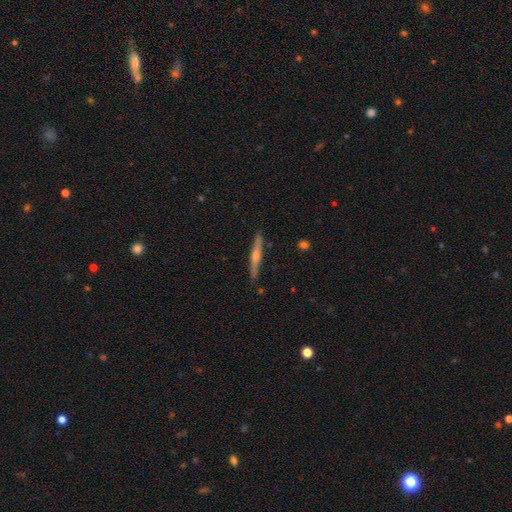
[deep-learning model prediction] featured or disk 68%, smooth 26%, star or artifact 6%. Down the decision tree: edge-on disk — yes (98%); edge-on bulge — rounded (80%); merging — none (90%).